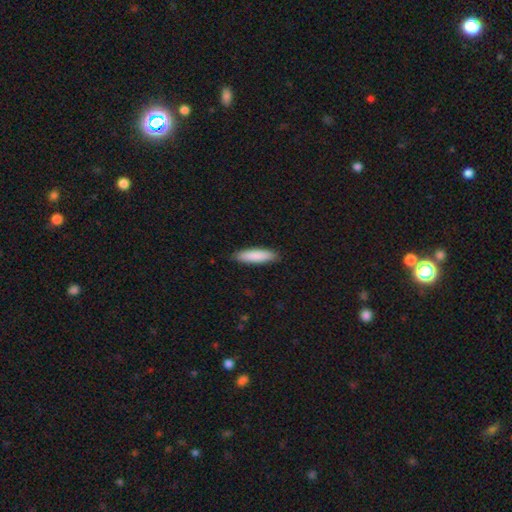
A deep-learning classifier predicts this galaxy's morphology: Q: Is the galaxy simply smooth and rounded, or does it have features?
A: smooth — 87%.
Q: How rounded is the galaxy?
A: cigar-shaped — 68%.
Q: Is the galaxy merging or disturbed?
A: none — 88%.